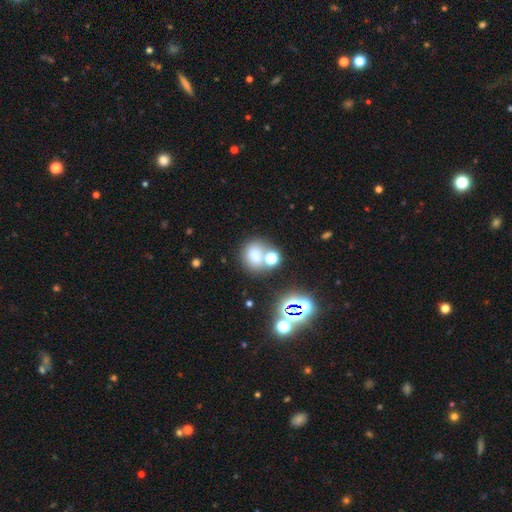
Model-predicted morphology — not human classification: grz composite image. It shows a smooth galaxy with no disk features (67%) that is round (70%). Merging: none (51%).